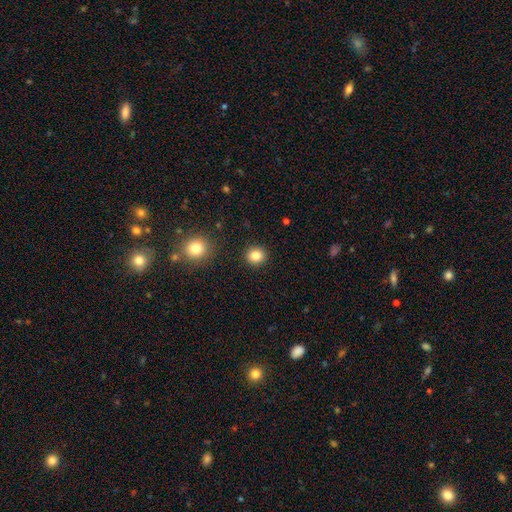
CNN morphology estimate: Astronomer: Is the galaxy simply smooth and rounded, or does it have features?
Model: smooth — 83%.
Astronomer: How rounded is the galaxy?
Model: round — 88%.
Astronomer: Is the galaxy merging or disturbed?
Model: none — 91%.